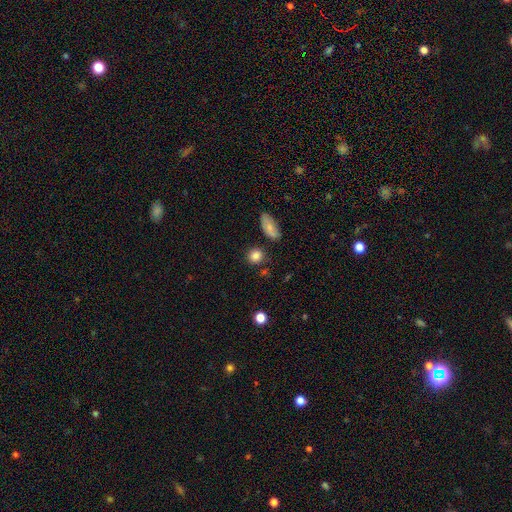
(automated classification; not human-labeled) Smooth or featured? smooth (84%)
How rounded? round (82%)
Merging? none (82%)